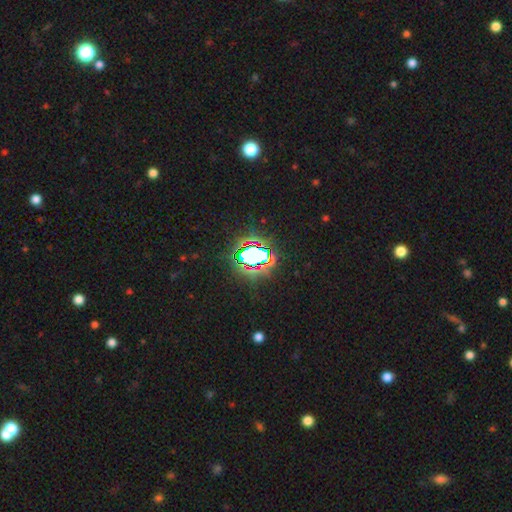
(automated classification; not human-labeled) star or artifact 75%, smooth 15%, featured or disk 10%.